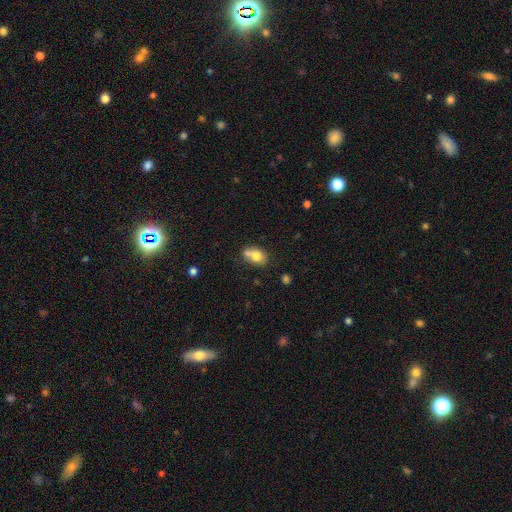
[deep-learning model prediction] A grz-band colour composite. It shows a smooth galaxy with no disk features (74%) that is in between round and cigar-shaped (65%). Merging: merger (43%).